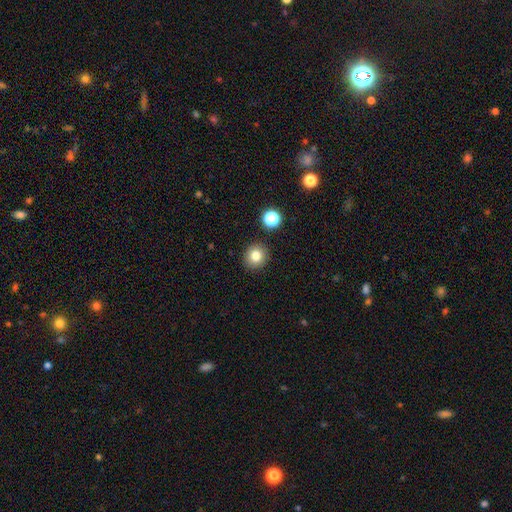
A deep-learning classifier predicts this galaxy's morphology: smooth 80%, star or artifact 12%, featured or disk 8%. Down the decision tree: how rounded — round (90%); merging — none (90%).